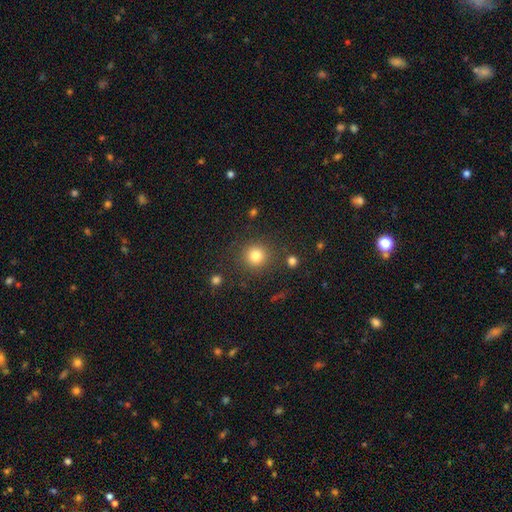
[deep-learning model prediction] This is clearly a smooth galaxy (82%). How rounded: clearly round (93%). Merging: clearly none (87%).